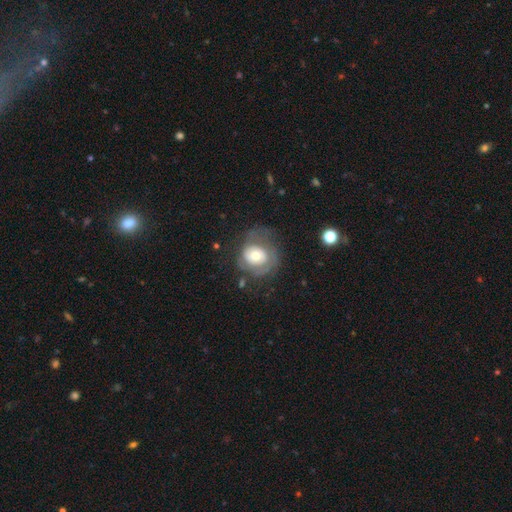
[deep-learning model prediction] smooth_or_featured: featured or disk (p=0.52) [alt: smooth p=0.40]
disk_edge_on: no (p=0.96) [alt: yes p=0.04]
bar: no (p=0.80) [alt: weak p=0.16]
has_spiral_arms: yes (p=0.56) [alt: no p=0.44]
bulge_size: moderate (p=0.60) [alt: small p=0.22]
merging: none (p=0.47) [alt: major disturbance p=0.28]